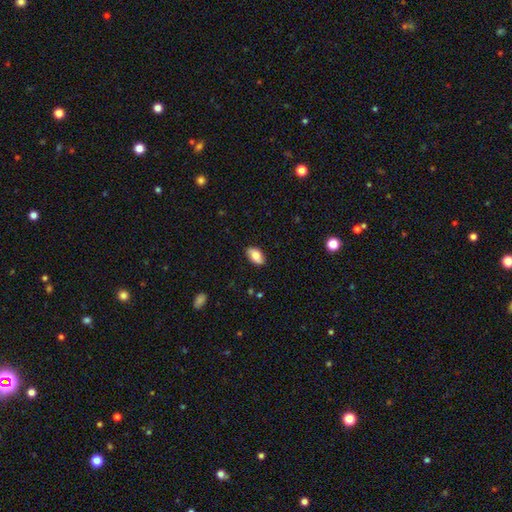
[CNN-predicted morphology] Smooth or featured? Predicted: smooth (p=0.81). How rounded? Predicted: in between (p=0.93). Merging? Predicted: none (p=0.86).